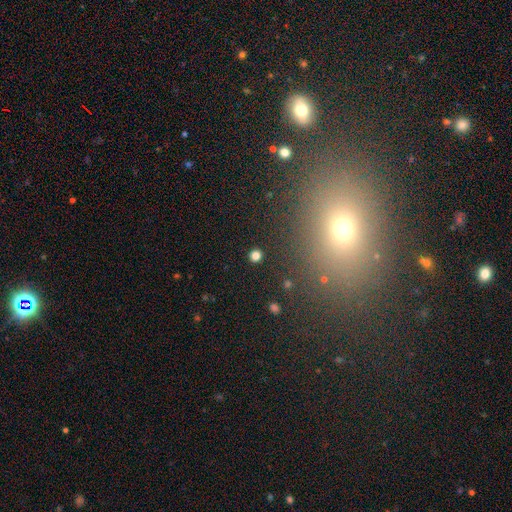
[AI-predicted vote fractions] smooth 78%, star or artifact 17%, featured or disk 5%. Down the decision tree: how rounded — round (92%); merging — none (91%).